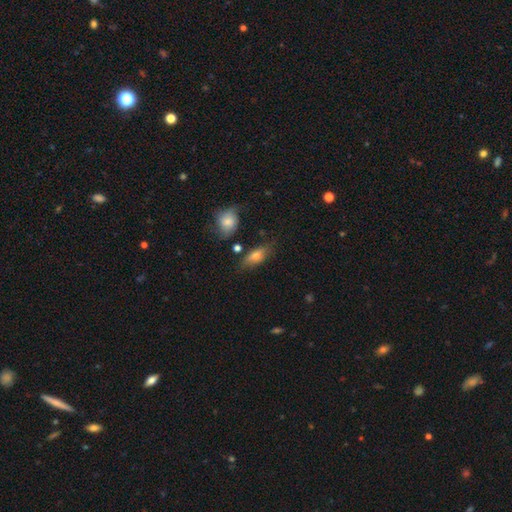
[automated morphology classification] This appears to be a smooth galaxy with no disk features (71%) that is in between round and cigar-shaped (78%). Merging: none (68%).